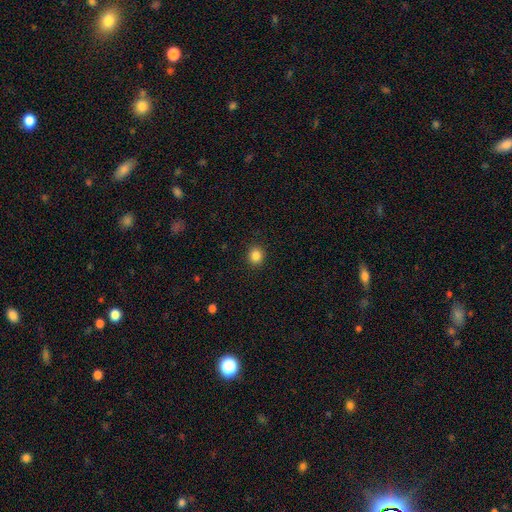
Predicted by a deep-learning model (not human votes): Smooth or featured? smooth (85%)
How rounded? round (81%)
Merging? none (91%)